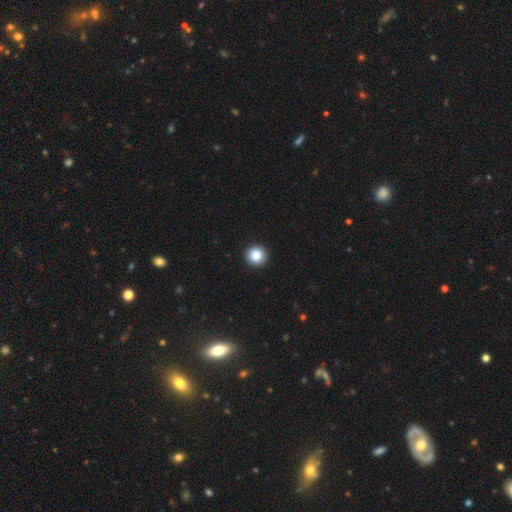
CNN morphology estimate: Smooth or featured? smooth (85%)
How rounded? round (95%)
Merging? none (94%)